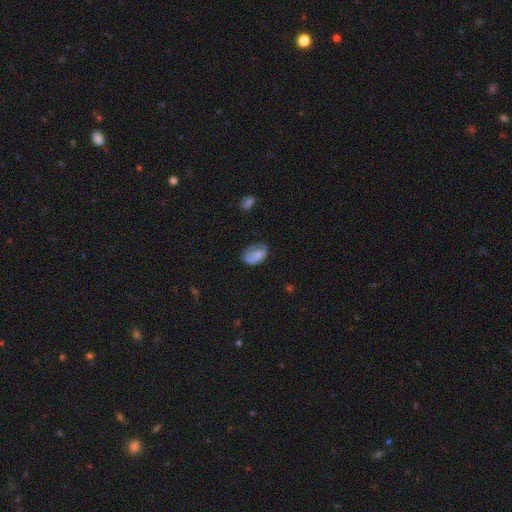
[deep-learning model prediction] Q: Smooth or featured?
A: smooth (75%); runner-up: featured or disk (16%)
Q: How rounded?
A: in between (90%); runner-up: round (9%)
Q: Merging?
A: none (42%); runner-up: minor disturbance (36%)